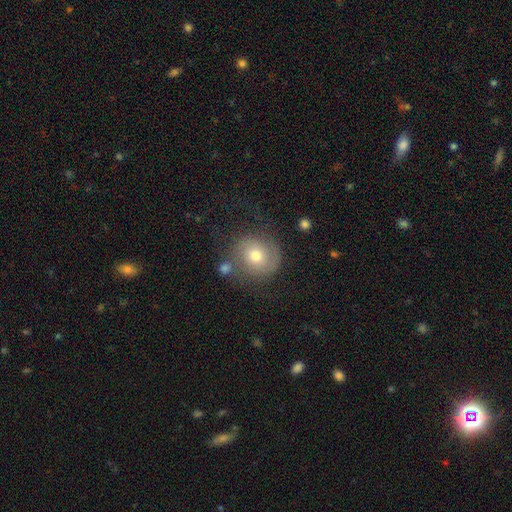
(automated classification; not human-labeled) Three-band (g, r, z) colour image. It shows a featured or disk galaxy (45%, tied with smooth). Merging: none (62%).